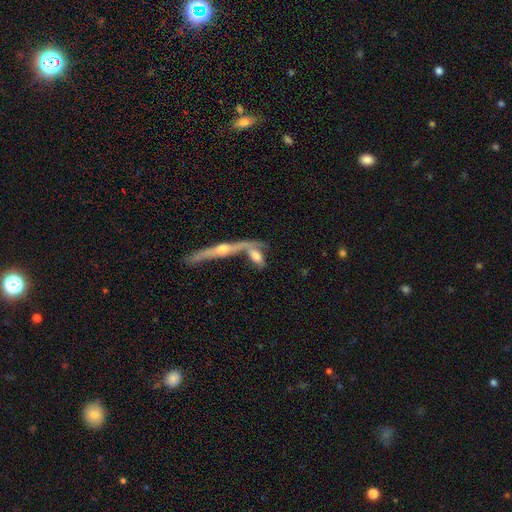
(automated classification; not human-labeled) A smooth galaxy with no disk features (47%). Merging: merger (47%).